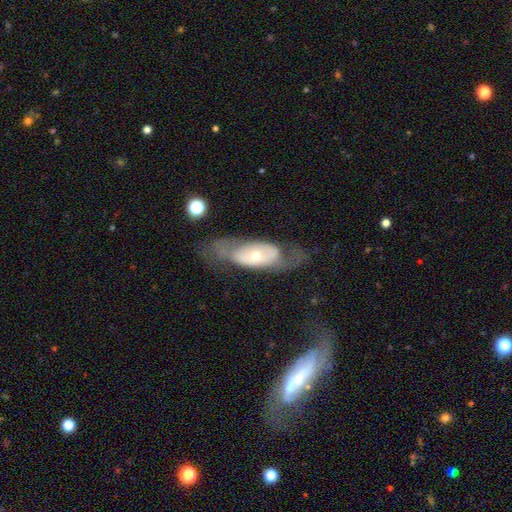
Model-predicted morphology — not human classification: A featured or disk galaxy (62%).

Vote fractions:
- Smooth or featured? featured or disk: 62% / smooth: 31% / star or artifact: 7%
- Edge-on disk? no: 80% / yes: 20%
- Merging? none: 52% / major disturbance: 24% / minor disturbance: 21% / merger: 3%